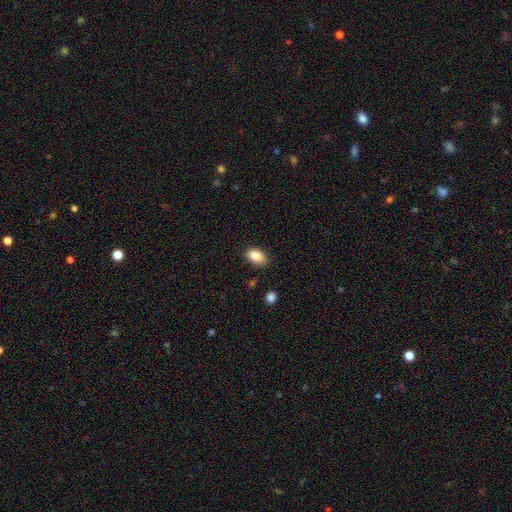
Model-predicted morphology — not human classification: Smooth or featured: smooth — 89% (star or artifact — 8%)
How rounded: in between — 89% (round — 9%)
Merging: none — 80% (minor disturbance — 15%)